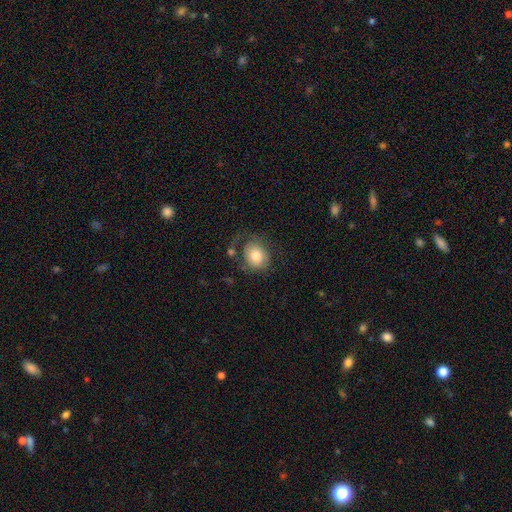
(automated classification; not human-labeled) Overall: smooth (68%). How rounded: round (56%; in between 43%). Merging: none (52%; major disturbance 22%).